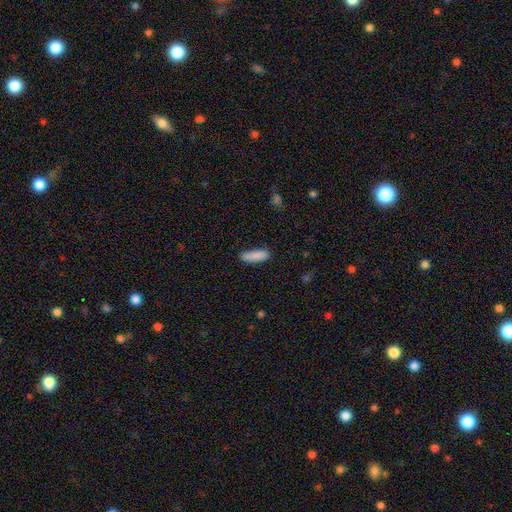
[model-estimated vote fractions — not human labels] Smooth or featured?
  - smooth: 88% *
  - star or artifact: 7%
  - featured or disk: 6%
How rounded?
  - in between: 53% *
  - cigar-shaped: 46%
  - round: 2%
Merging?
  - none: 82% *
  - minor disturbance: 14%
  - major disturbance: 3%
  - merger: 2%